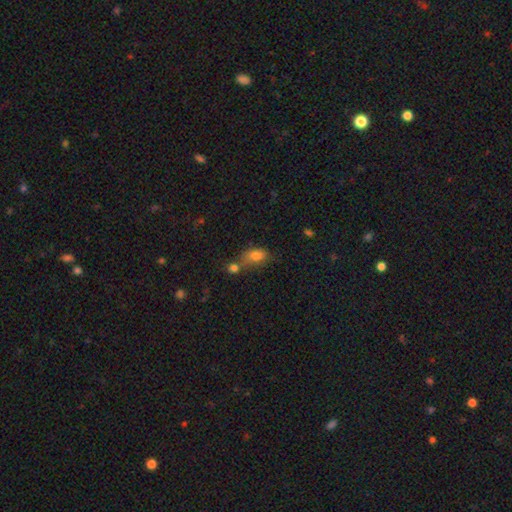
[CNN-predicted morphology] Overall: smooth (79%). How rounded: in between (85%). Merging: none (38%; merger 37%).